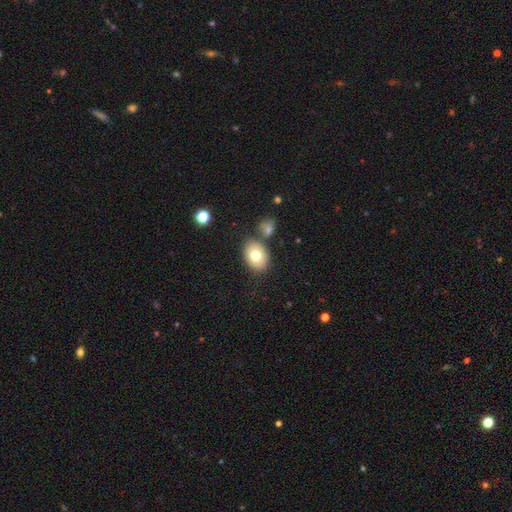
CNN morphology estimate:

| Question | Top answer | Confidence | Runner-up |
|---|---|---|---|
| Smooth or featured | smooth | 76% | featured or disk (15%) |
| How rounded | in between | 74% | round (25%) |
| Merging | none | 73% | minor disturbance (12%) |